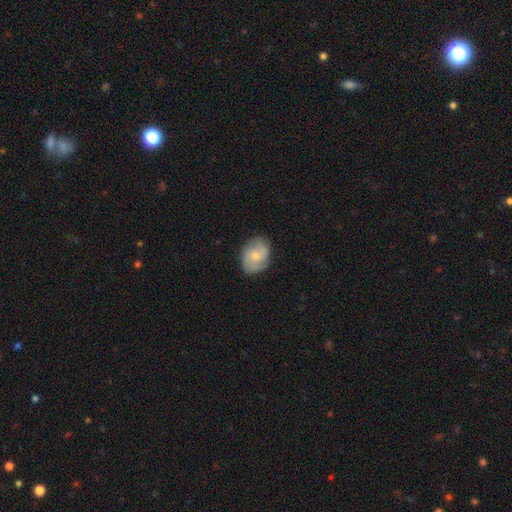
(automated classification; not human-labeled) Smooth or featured? Predicted: featured or disk (p=0.55). Edge-on disk? Predicted: no (p=0.97). Bar? Predicted: no (p=0.70). Spiral arms? Predicted: yes (p=0.86). Bulge size? Predicted: small (p=0.51). Merging? Predicted: none (p=0.78).